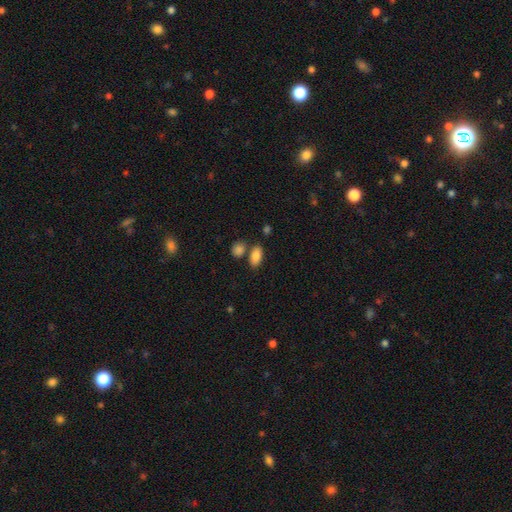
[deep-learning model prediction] smooth_or_featured: smooth (p=0.87) [alt: star or artifact p=0.08]
how_rounded: in between (p=0.90) [alt: cigar-shaped p=0.05]
merging: none (p=0.70) [alt: merger p=0.16]